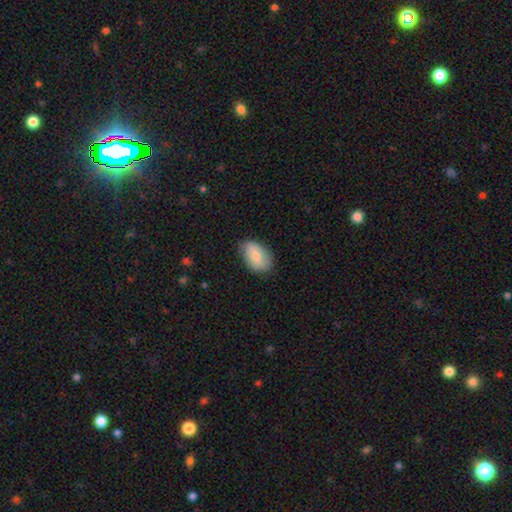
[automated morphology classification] type=smooth (73%); roundness=in between (89%); merging=none (75%).